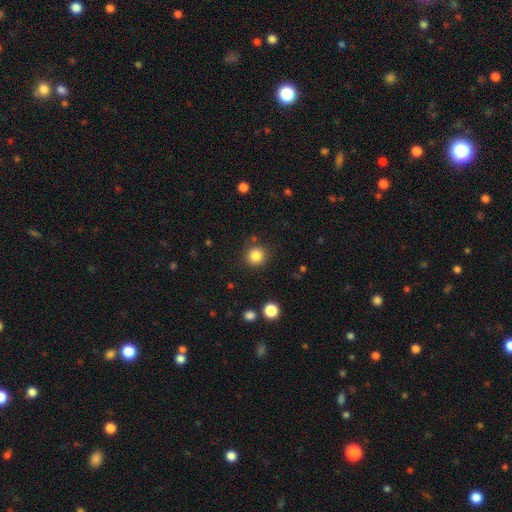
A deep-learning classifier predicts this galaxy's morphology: This is clearly a smooth galaxy (84%). How rounded: clearly round (92%). Merging: clearly none (86%).